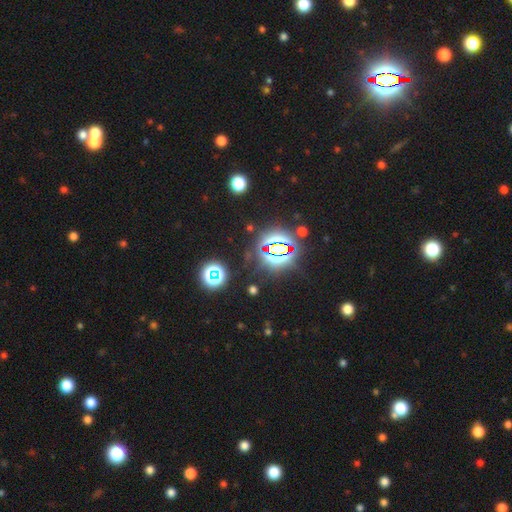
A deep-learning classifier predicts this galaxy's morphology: type=star or artifact (82%).